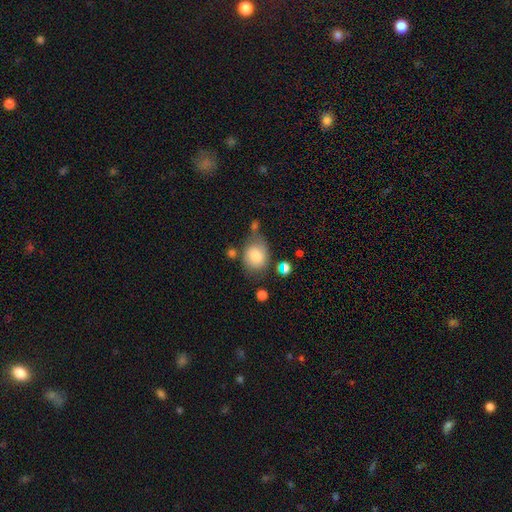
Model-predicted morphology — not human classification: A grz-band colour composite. It shows a smooth galaxy with no disk features (75%) that is in between round and cigar-shaped (51%). Merging: none (48%).